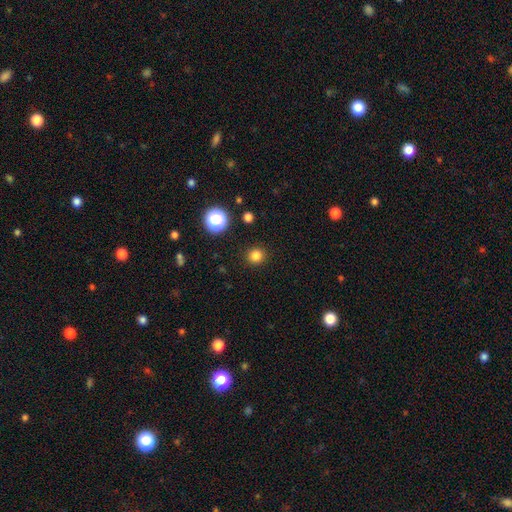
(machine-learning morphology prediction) A smooth galaxy with no disk features (82%) that is round (93%).

Vote fractions:
- Smooth or featured? smooth: 82% / star or artifact: 14% / featured or disk: 4%
- How rounded? round: 93% / in between: 6% / cigar-shaped: 1%
- Merging? none: 91% / minor disturbance: 5% / major disturbance: 2% / merger: 1%